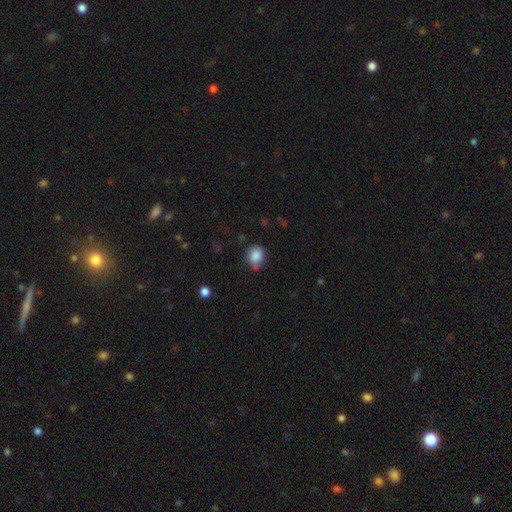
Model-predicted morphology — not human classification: Overall: smooth (85%). How rounded: round (65%; in between 34%). Merging: none (63%; minor disturbance 28%).